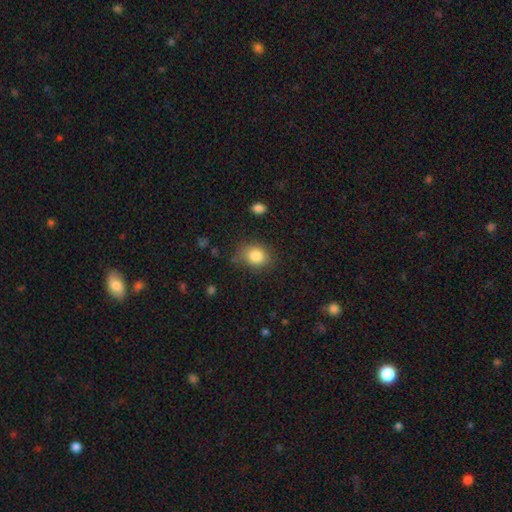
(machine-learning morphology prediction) Smooth or featured? smooth (85%)
How rounded? in between (51%)
Merging? none (77%)